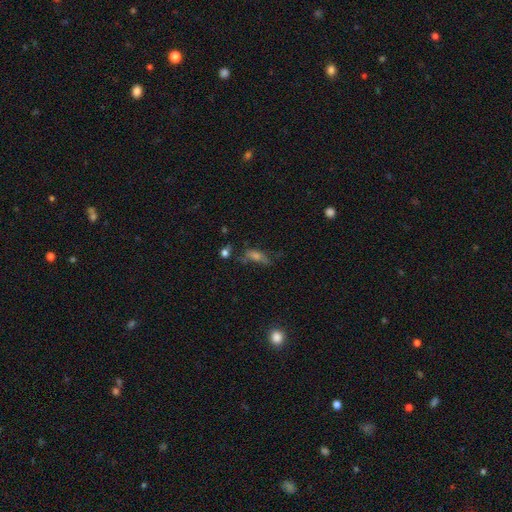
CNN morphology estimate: smooth-or-featured: smooth: 41% | featured or disk: 35% | star or artifact: 24%
  merging: none: 46% | major disturbance: 22% | minor disturbance: 22% | merger: 9%